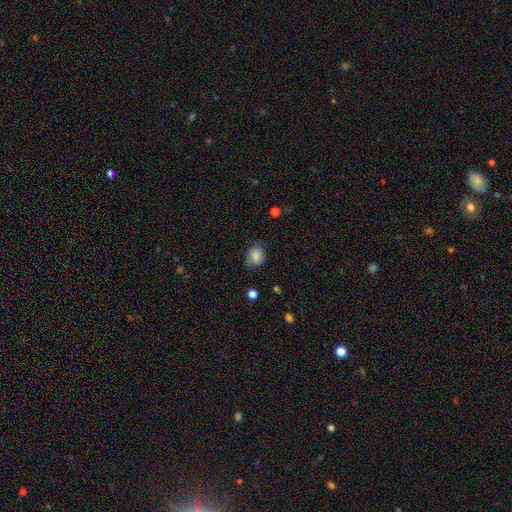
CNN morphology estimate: Q: Smooth or featured?
A: smooth (85%); runner-up: star or artifact (9%)
Q: How rounded?
A: round (60%); runner-up: in between (39%)
Q: Merging?
A: none (77%); runner-up: minor disturbance (18%)